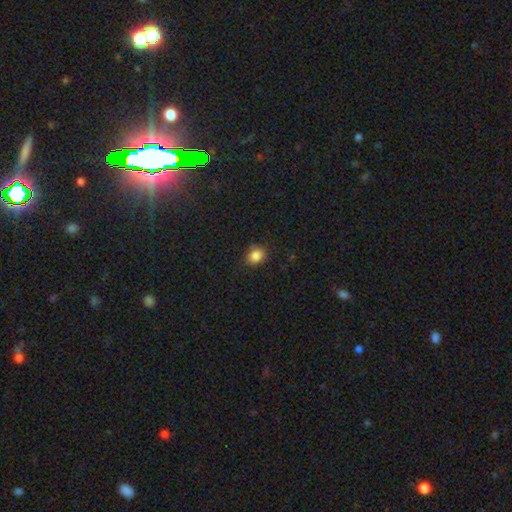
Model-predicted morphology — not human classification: Smooth or featured? smooth (85%)
How rounded? round (59%)
Merging? none (79%)